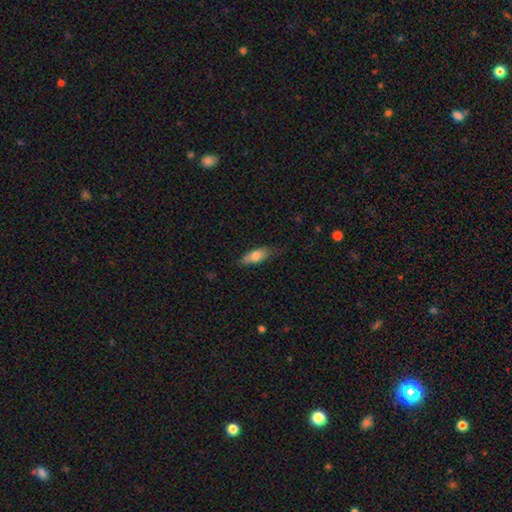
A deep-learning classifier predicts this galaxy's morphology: smooth_or_featured: smooth (p=0.75) [alt: featured or disk p=0.18]
how_rounded: in between (p=0.68) [alt: cigar-shaped p=0.29]
merging: none (p=0.65) [alt: minor disturbance p=0.26]